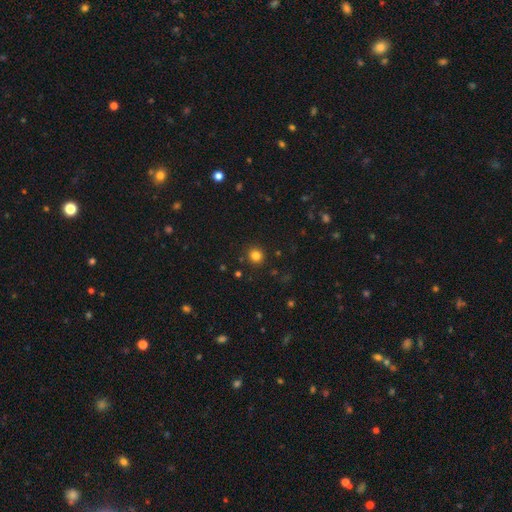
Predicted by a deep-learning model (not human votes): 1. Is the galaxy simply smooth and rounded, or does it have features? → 82% smooth, 13% star or artifact, 5% featured or disk.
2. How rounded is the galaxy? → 92% round, 7% in between, 1% cigar-shaped.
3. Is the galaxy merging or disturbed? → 91% none, 6% minor disturbance, 2% major disturbance, 1% merger.